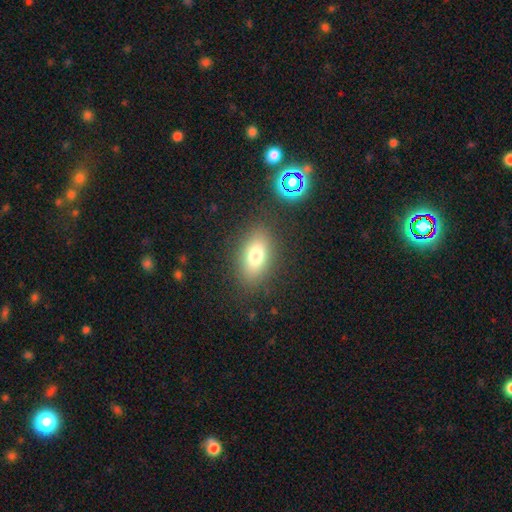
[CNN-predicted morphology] smooth 76%, featured or disk 13%, star or artifact 11%. Down the decision tree: how rounded — in between (86%); merging — none (84%).